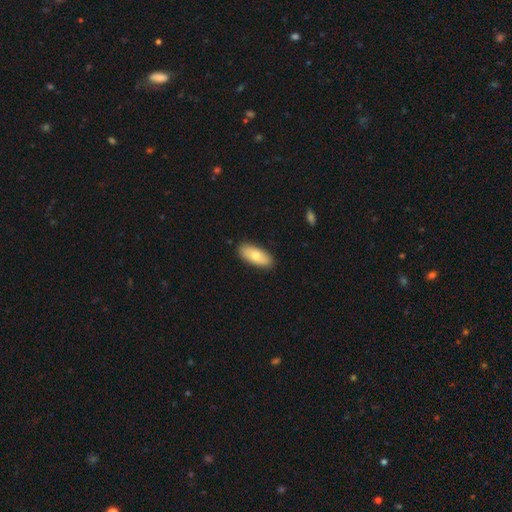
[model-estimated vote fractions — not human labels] This is likely a smooth galaxy (73%). How rounded: clearly in between (86%). Merging: clearly none (88%).